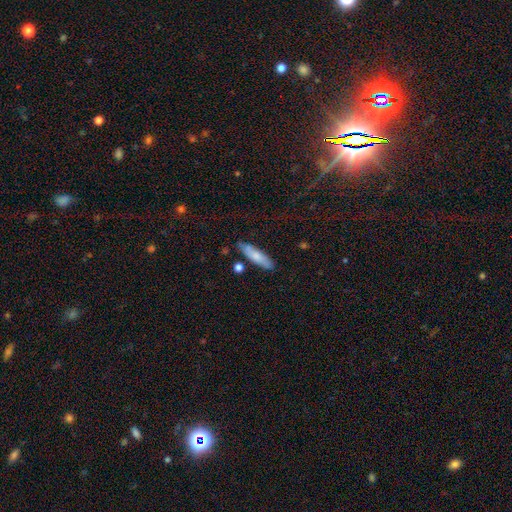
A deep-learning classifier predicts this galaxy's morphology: Smooth or featured: smooth — 74% (featured or disk — 20%)
How rounded: cigar-shaped — 68% (in between — 30%)
Merging: none — 78% (minor disturbance — 15%)